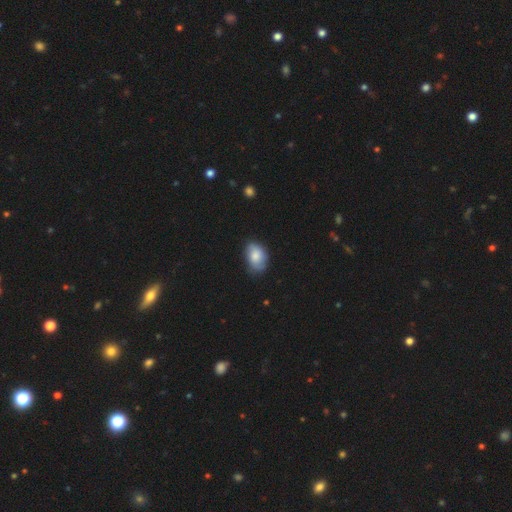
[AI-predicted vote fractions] A smooth galaxy with no disk features (68%) that is in between round and cigar-shaped (83%). Merging: none (71%).